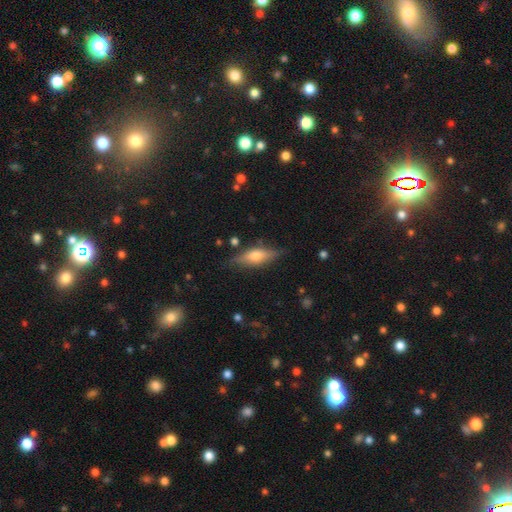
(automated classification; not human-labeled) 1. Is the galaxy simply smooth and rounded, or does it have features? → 50% featured or disk, 43% smooth, 7% star or artifact.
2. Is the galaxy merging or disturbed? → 82% none, 14% minor disturbance, 3% major disturbance, 2% merger.